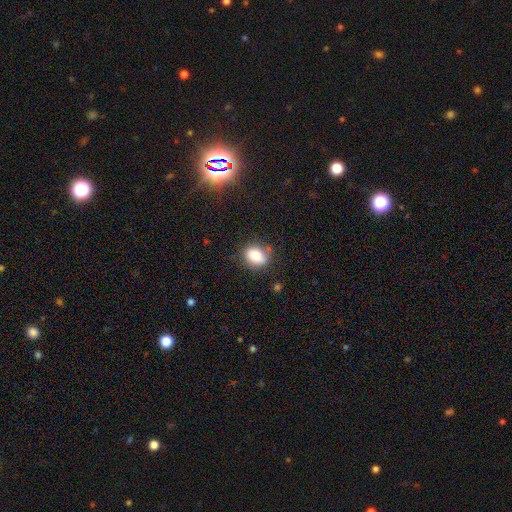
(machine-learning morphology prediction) A smooth galaxy with no disk features (82%) that is in between round and cigar-shaped (60%).

Vote fractions:
- Smooth or featured? smooth: 82% / featured or disk: 9% / star or artifact: 9%
- How rounded? in between: 60% / round: 38% / cigar-shaped: 1%
- Merging? none: 71% / minor disturbance: 20% / major disturbance: 5% / merger: 3%